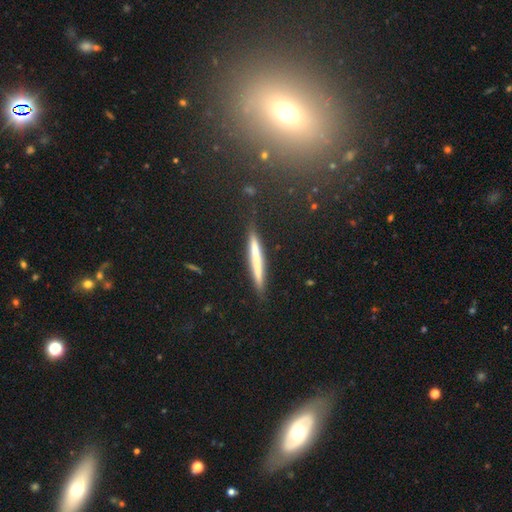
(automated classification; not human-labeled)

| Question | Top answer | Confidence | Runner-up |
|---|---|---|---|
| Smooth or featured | smooth | 50% | featured or disk (41%) |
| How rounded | cigar-shaped | 96% | in between (2%) |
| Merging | none | 86% | minor disturbance (10%) |